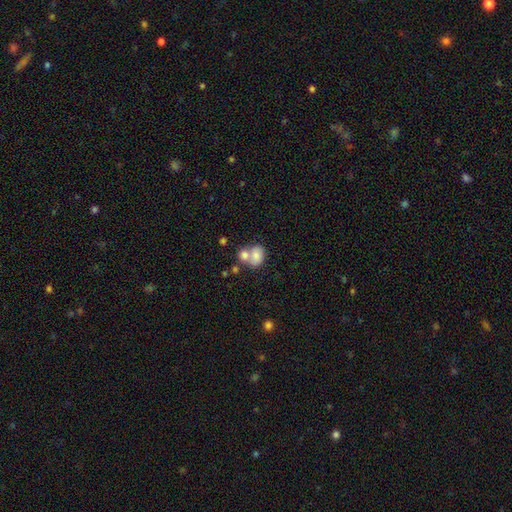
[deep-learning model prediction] Overall: smooth (74%). How rounded: in between (62%; round 37%). Merging: merger (56%; none 27%).